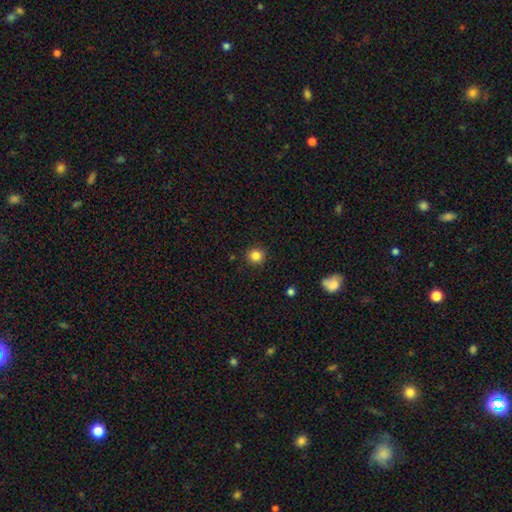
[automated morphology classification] A smooth galaxy with no disk features (84%) that is round (94%).

Vote fractions:
- Smooth or featured? smooth: 84% / star or artifact: 11% / featured or disk: 4%
- How rounded? round: 94% / in between: 5% / cigar-shaped: 1%
- Merging? none: 91% / minor disturbance: 6% / major disturbance: 2% / merger: 1%